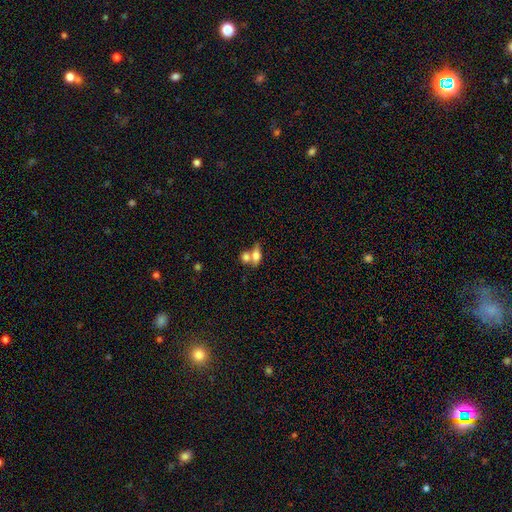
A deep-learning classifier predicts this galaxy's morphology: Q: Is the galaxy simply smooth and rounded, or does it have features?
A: smooth — 71%.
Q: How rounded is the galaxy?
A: in between — 73%.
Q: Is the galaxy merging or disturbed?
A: merger — 54%.